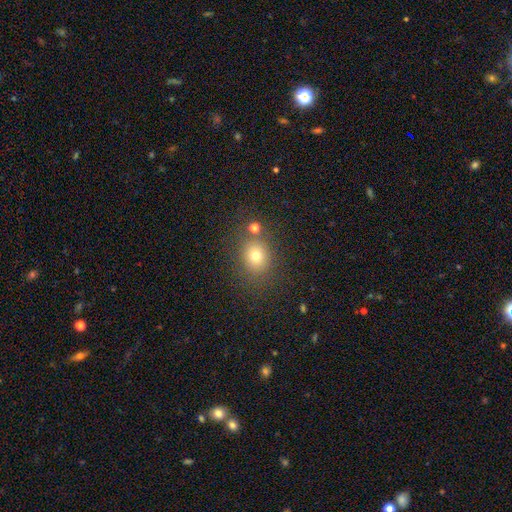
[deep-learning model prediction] Smooth or featured?
  - smooth: 72% *
  - star or artifact: 17%
  - featured or disk: 10%
How rounded?
  - round: 67% *
  - in between: 32%
  - cigar-shaped: 1%
Merging?
  - none: 76% *
  - minor disturbance: 11%
  - merger: 8%
  - major disturbance: 5%